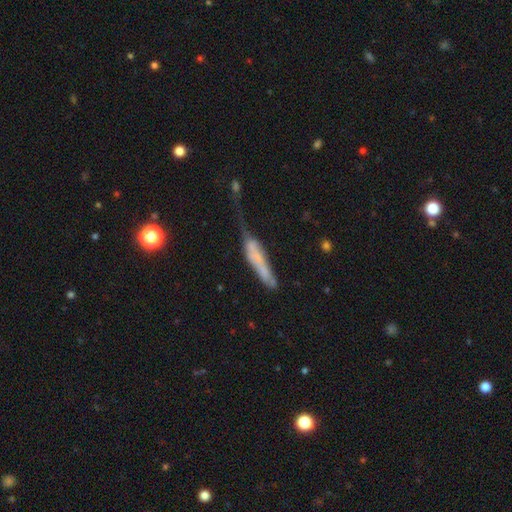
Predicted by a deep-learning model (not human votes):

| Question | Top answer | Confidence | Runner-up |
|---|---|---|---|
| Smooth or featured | smooth | 56% | featured or disk (35%) |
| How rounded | cigar-shaped | 84% | in between (14%) |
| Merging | major disturbance | 42% | minor disturbance (26%) |